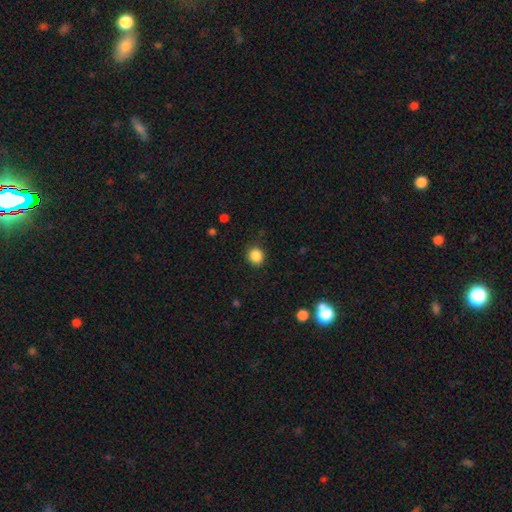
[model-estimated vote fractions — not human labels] The model was most divided on "how rounded": round: 84%, in between: 15%, cigar-shaped: 1%. More confident: merging — none (87%); smooth or featured — smooth (87%).